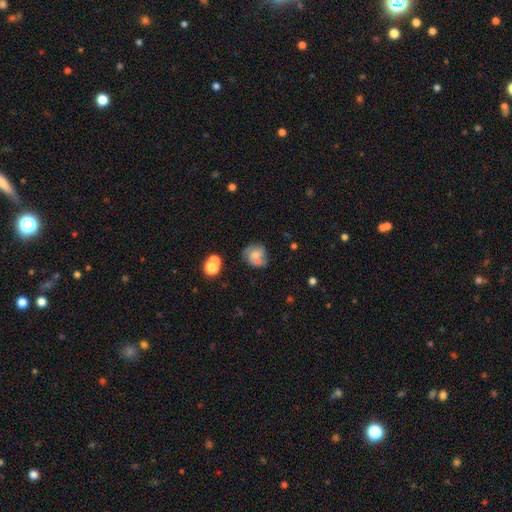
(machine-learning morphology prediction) Q: Smooth or featured?
A: smooth (47%); runner-up: featured or disk (42%)
Q: Merging?
A: none (44%); runner-up: merger (27%)